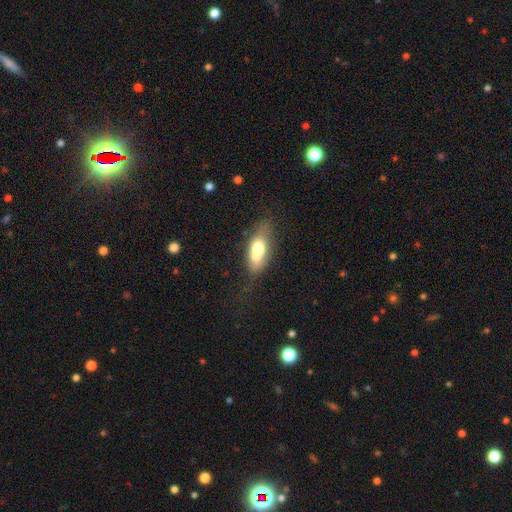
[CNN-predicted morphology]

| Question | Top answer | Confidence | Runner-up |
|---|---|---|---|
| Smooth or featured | smooth | 61% | featured or disk (31%) |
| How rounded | in between | 80% | cigar-shaped (12%) |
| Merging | merger | 39% | none (36%) |